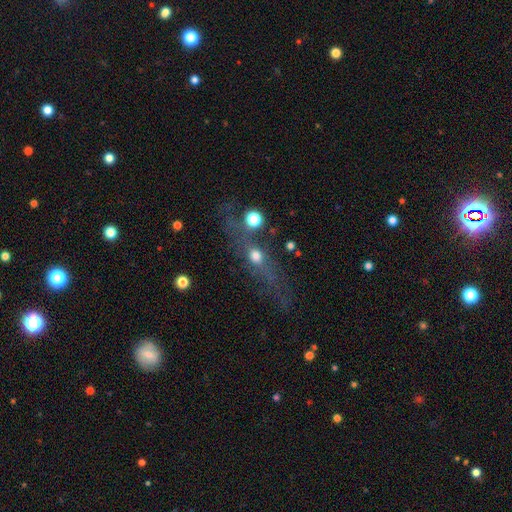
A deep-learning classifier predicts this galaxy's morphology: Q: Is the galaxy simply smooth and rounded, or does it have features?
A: featured or disk — 36%.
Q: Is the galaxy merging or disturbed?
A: none — 61%.